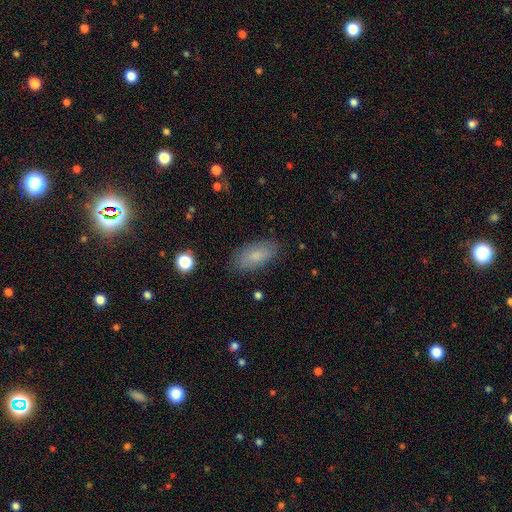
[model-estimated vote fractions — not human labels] Smooth or featured? Predicted: smooth (p=0.80). How rounded? Predicted: in between (p=0.90). Merging? Predicted: none (p=0.83).